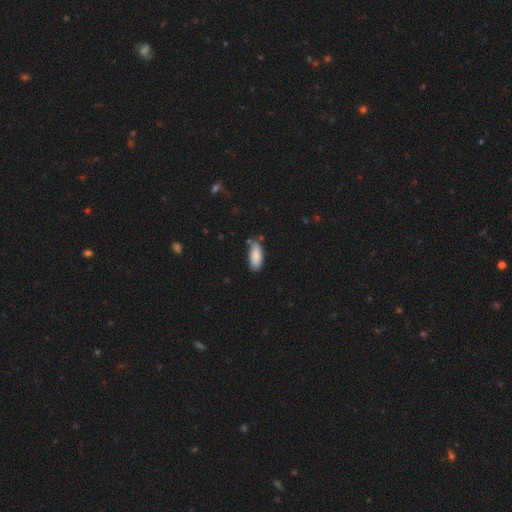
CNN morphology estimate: Q: Smooth or featured?
A: smooth (88%); runner-up: featured or disk (6%)
Q: How rounded?
A: in between (85%); runner-up: cigar-shaped (14%)
Q: Merging?
A: none (73%); runner-up: minor disturbance (20%)